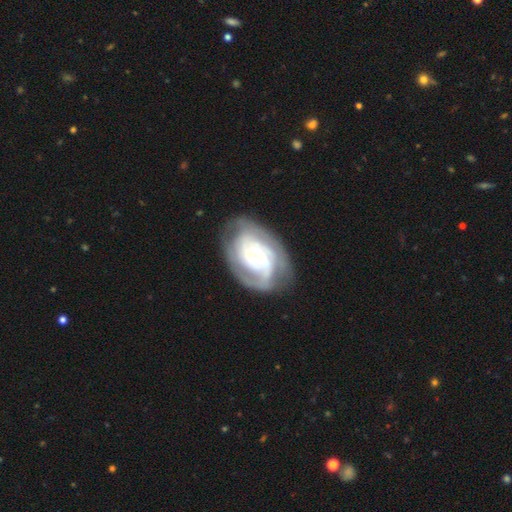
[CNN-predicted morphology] featured or disk 86%, smooth 10%, star or artifact 4%. Down the decision tree: edge-on disk — no (97%); bar — no (56%); spiral arms — yes (94%); spiral arm count — 2 (31%); spiral winding — tight (64%); bulge size — moderate (59%); merging — none (69%).